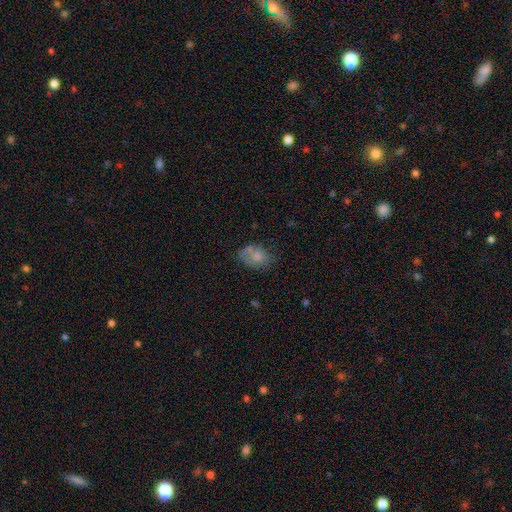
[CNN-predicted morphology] A smooth galaxy with no disk features (65%) that is in between round and cigar-shaped (77%). Merging: none (44%).